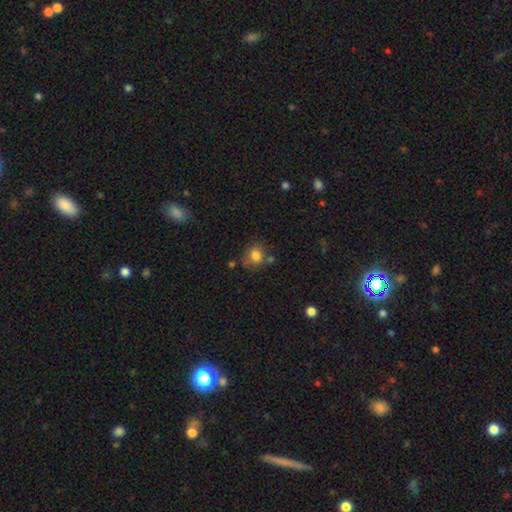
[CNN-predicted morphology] A smooth galaxy with no disk features (80%) that is round (78%). Merging: none (65%).